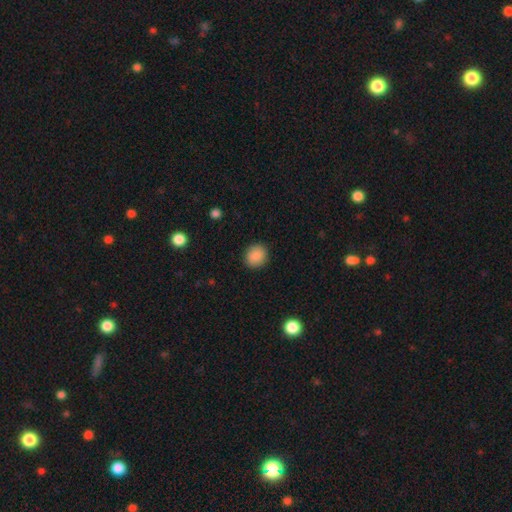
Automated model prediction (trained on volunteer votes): smooth-or-featured: smooth: 89% | star or artifact: 9% | featured or disk: 3%
  how-rounded: round: 75% | in between: 24% | cigar-shaped: 1%
  merging: none: 90% | minor disturbance: 7% | major disturbance: 2% | merger: 1%